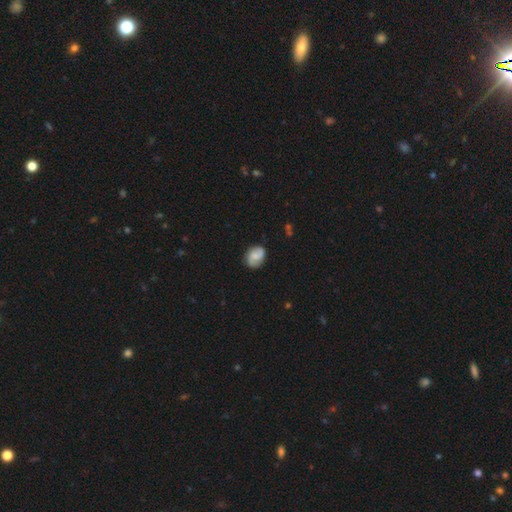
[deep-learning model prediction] This appears to be a smooth galaxy with no disk features (47%). Merging: none (77%).